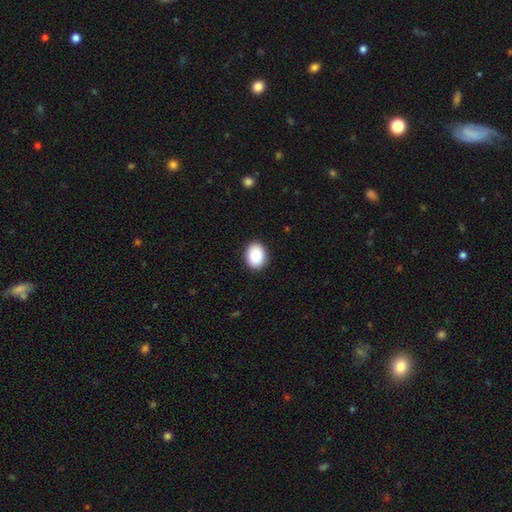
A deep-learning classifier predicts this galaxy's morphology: Q: Smooth or featured?
A: smooth (88%); runner-up: star or artifact (8%)
Q: How rounded?
A: in between (58%); runner-up: round (41%)
Q: Merging?
A: none (90%); runner-up: minor disturbance (7%)